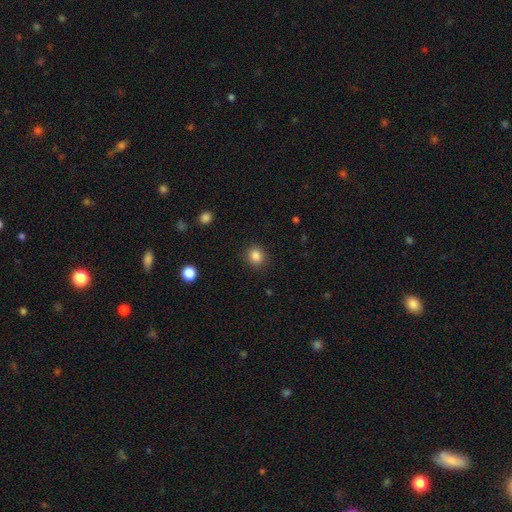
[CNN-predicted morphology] smooth_or_featured: smooth (p=0.85) [alt: star or artifact p=0.11]
how_rounded: round (p=0.81) [alt: in between p=0.18]
merging: none (p=0.89) [alt: minor disturbance p=0.07]